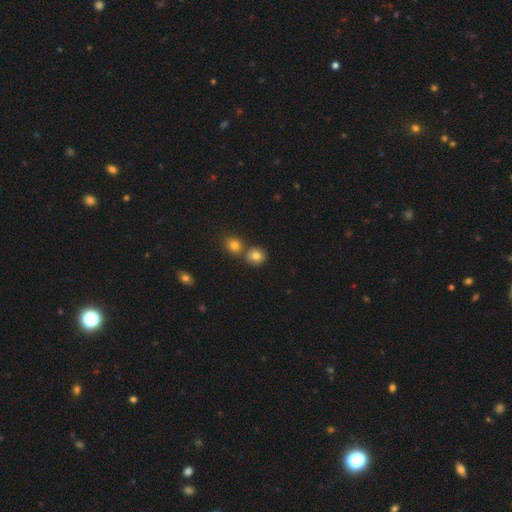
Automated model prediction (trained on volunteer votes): Morphology: type=smooth (80%); roundness=round (79%); merging=none (62%).